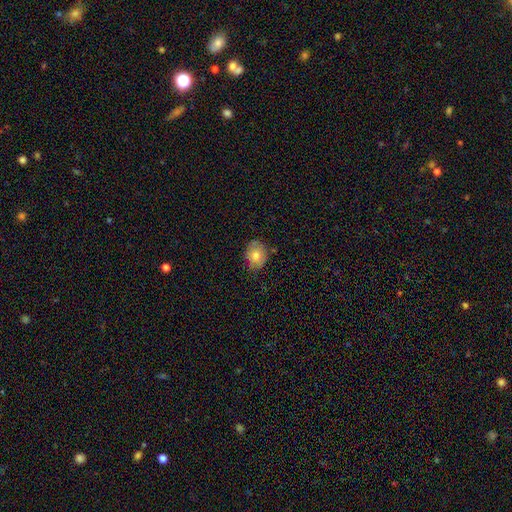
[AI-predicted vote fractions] smooth_or_featured: smooth (p=0.72) [alt: featured or disk p=0.20]
how_rounded: in between (p=0.57) [alt: round p=0.42]
merging: none (p=0.70) [alt: minor disturbance p=0.24]